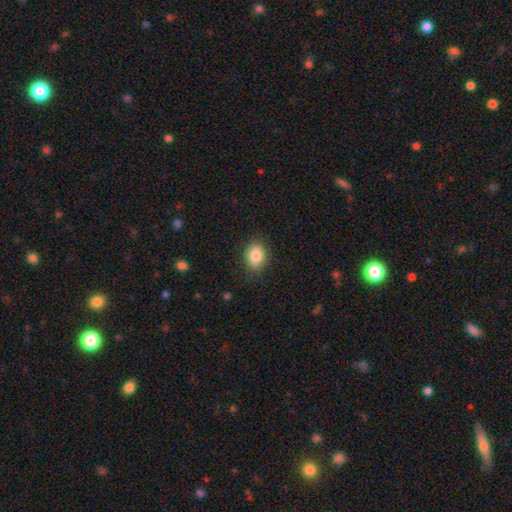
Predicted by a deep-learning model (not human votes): A smooth galaxy with no disk features (85%) that is in between round and cigar-shaped (72%).

Vote fractions:
- Smooth or featured? smooth: 85% / star or artifact: 8% / featured or disk: 7%
- How rounded? in between: 72% / round: 27% / cigar-shaped: 1%
- Merging? none: 84% / minor disturbance: 12% / major disturbance: 3% / merger: 1%